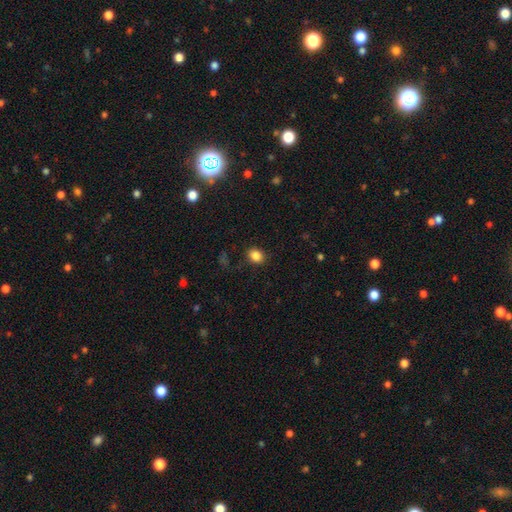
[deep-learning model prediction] Smooth or featured?
  - smooth: 85% *
  - star or artifact: 10%
  - featured or disk: 4%
How rounded?
  - in between: 51% *
  - round: 48%
  - cigar-shaped: 1%
Merging?
  - none: 85% *
  - minor disturbance: 10%
  - major disturbance: 3%
  - merger: 1%